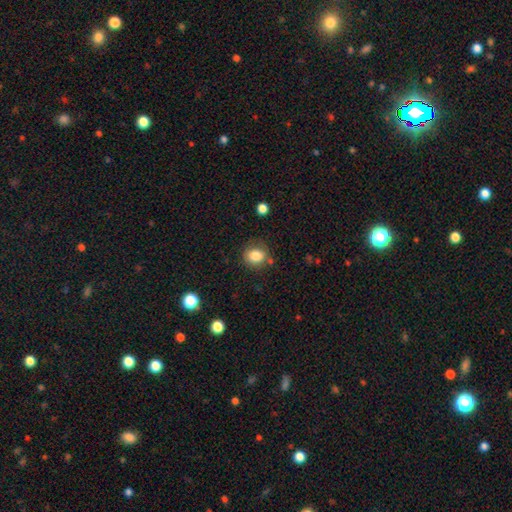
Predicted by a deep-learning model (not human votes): Smooth or featured? smooth (82%)
How rounded? round (70%)
Merging? none (76%)